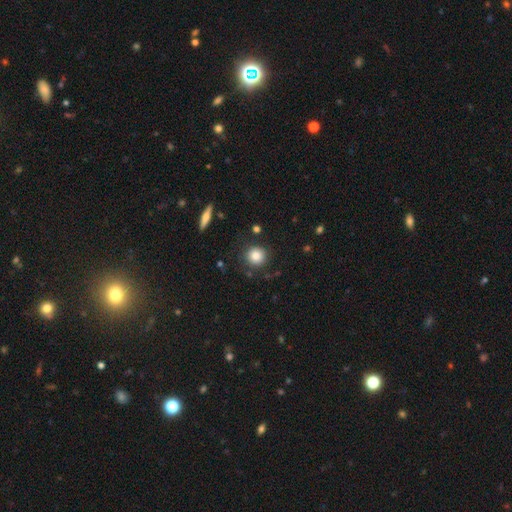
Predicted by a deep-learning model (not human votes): Overall: smooth (83%). How rounded: round (91%). Merging: none (86%).